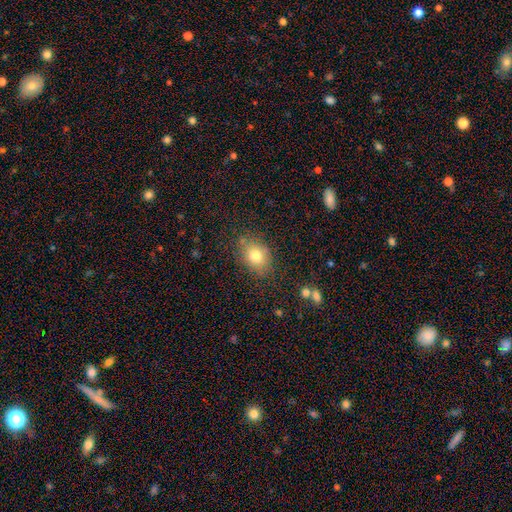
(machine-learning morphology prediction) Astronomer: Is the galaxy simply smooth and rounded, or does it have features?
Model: smooth — 78%.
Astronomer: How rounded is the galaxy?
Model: in between — 61% (runner-up: round, 38%).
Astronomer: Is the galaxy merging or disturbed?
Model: none — 78%.